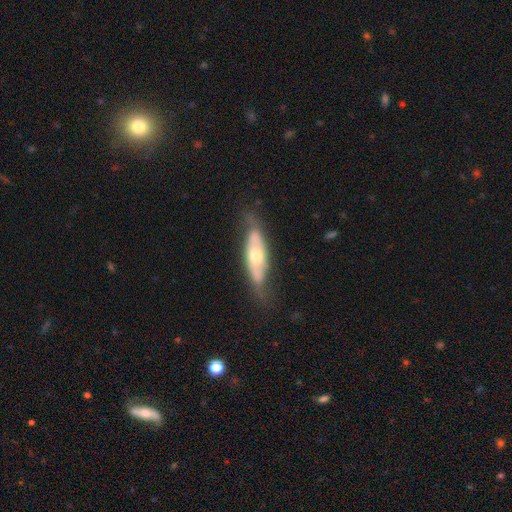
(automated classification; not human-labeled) A featured or disk galaxy (60%). Merging: none (64%).